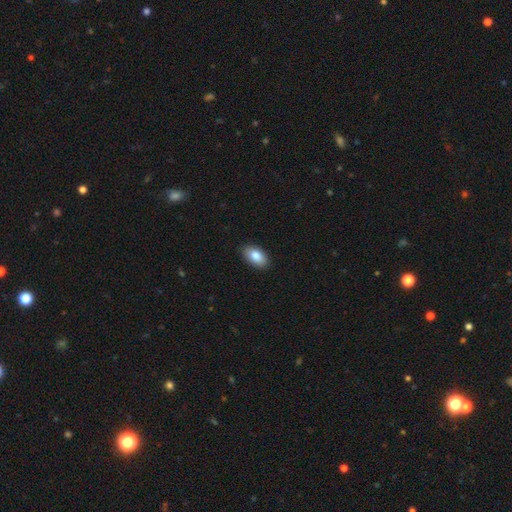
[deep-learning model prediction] smooth 84%, featured or disk 9%, star or artifact 7%. Down the decision tree: how rounded — in between (94%); merging — none (89%).